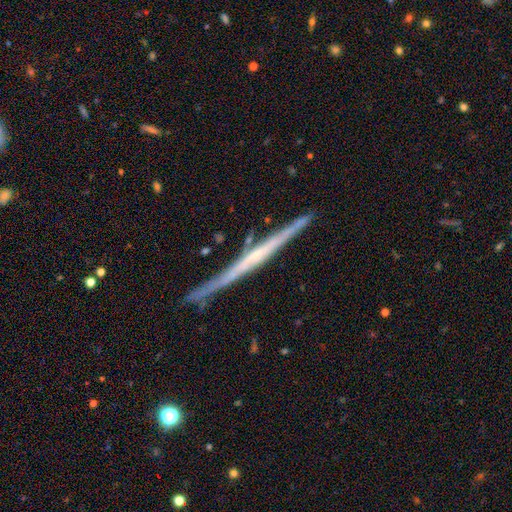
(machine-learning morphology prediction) type=featured or disk (78%); edge-on=yes (98%); edge-on bulge=none (60%); merging=none (87%).